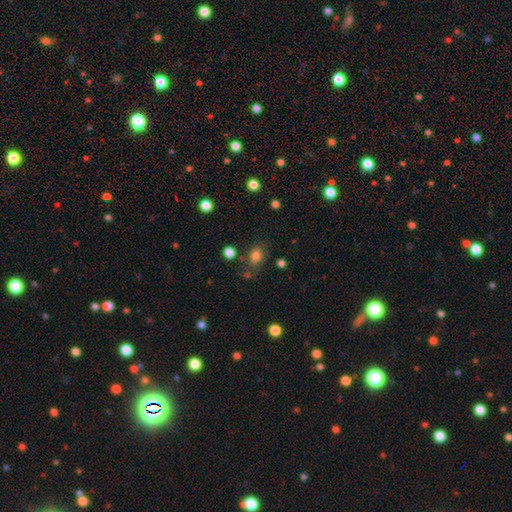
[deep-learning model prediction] Overall: smooth (80%). How rounded: in between (55%; round 44%). Merging: none (70%).